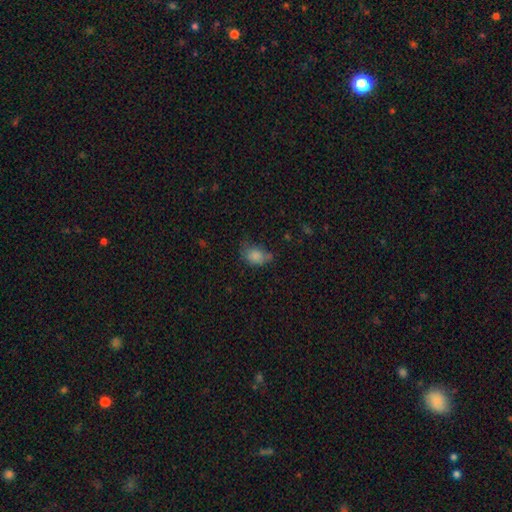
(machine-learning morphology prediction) smooth_or_featured: smooth (p=0.81) [alt: star or artifact p=0.10]
how_rounded: in between (p=0.75) [alt: round p=0.24]
merging: none (p=0.43) [alt: minor disturbance p=0.36]